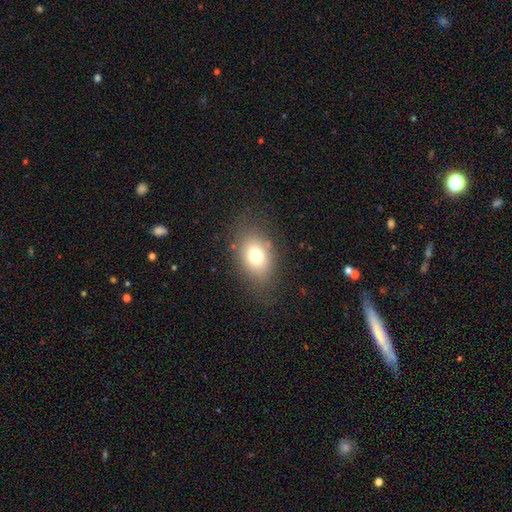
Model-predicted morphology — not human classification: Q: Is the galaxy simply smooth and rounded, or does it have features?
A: smooth — 73%.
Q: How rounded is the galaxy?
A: in between — 74%.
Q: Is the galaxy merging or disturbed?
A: none — 77%.